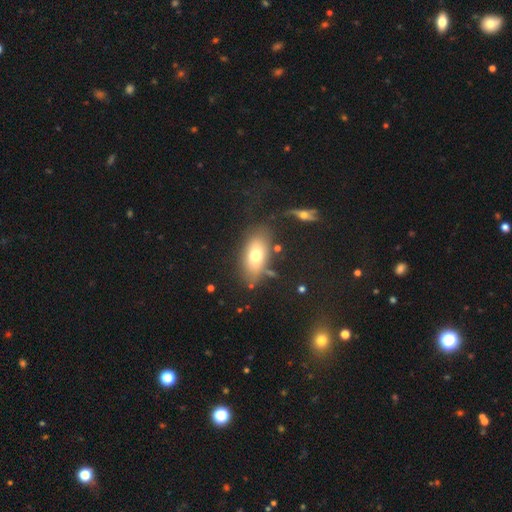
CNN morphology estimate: Smooth or featured?
  - smooth: 69% *
  - featured or disk: 22%
  - star or artifact: 10%
How rounded?
  - in between: 87% *
  - round: 8%
  - cigar-shaped: 6%
Merging?
  - none: 71% *
  - minor disturbance: 16%
  - major disturbance: 7%
  - merger: 6%